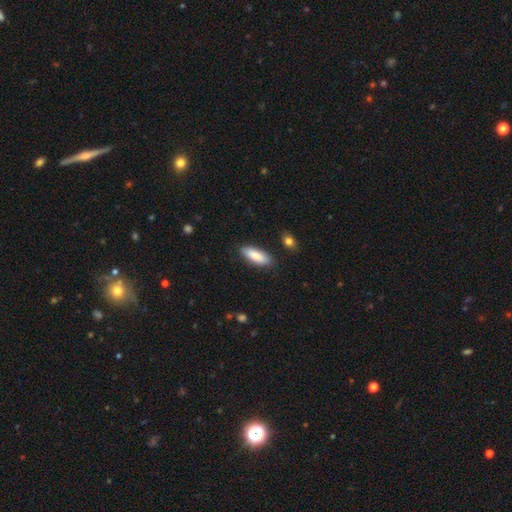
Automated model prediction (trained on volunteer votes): The model was most divided on "how rounded": in between: 65%, cigar-shaped: 33%, round: 2%. More confident: merging — none (86%); smooth or featured — smooth (84%).